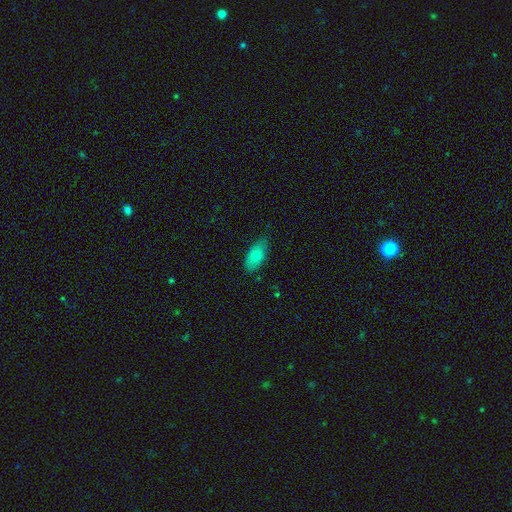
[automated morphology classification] A smooth galaxy with no disk features (76%) that is in between round and cigar-shaped (89%). Merging: none (75%).